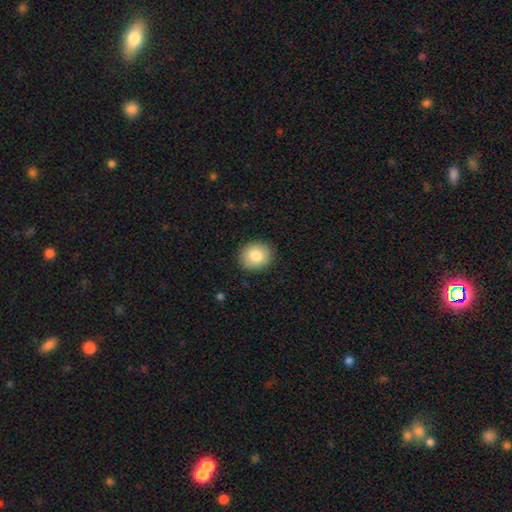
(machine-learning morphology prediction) A smooth galaxy with no disk features (83%) that is round (75%). Merging: none (89%).